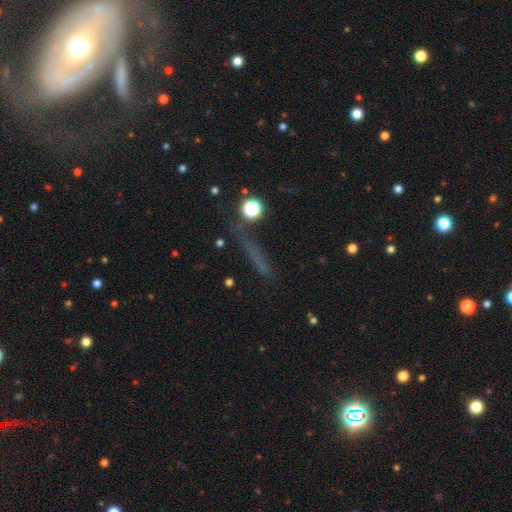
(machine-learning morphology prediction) smooth_or_featured: star or artifact (p=0.43) [alt: smooth p=0.36]